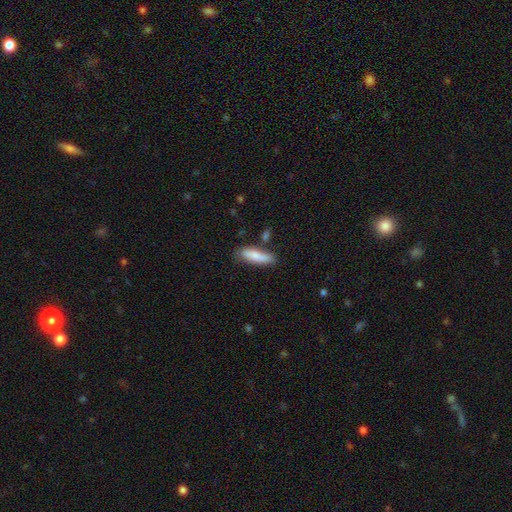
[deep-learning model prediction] smooth_or_featured: smooth (p=0.81) [alt: featured or disk p=0.13]
how_rounded: cigar-shaped (p=0.61) [alt: in between p=0.37]
merging: none (p=0.67) [alt: minor disturbance p=0.20]